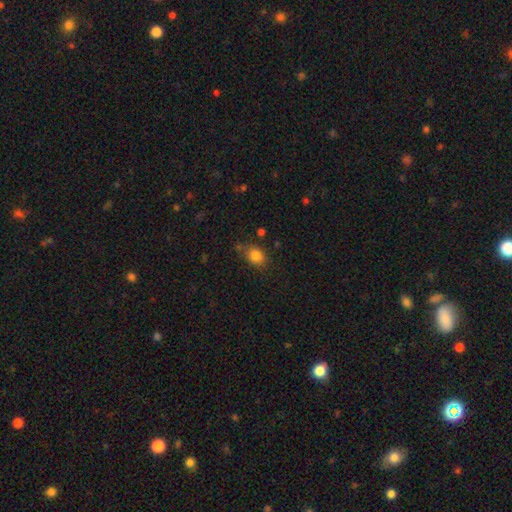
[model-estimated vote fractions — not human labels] smooth_or_featured: smooth (p=0.83) [alt: star or artifact p=0.10]
how_rounded: in between (p=0.56) [alt: round p=0.43]
merging: none (p=0.69) [alt: minor disturbance p=0.20]